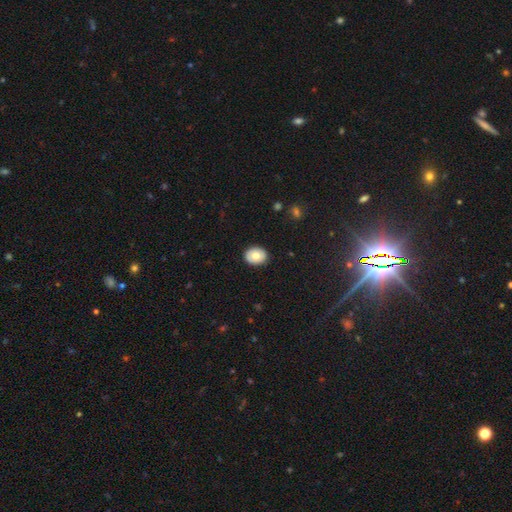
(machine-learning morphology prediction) smooth_or_featured: smooth (p=0.73) [alt: featured or disk p=0.19]
how_rounded: round (p=0.50) [alt: in between p=0.49]
merging: none (p=0.89) [alt: minor disturbance p=0.08]